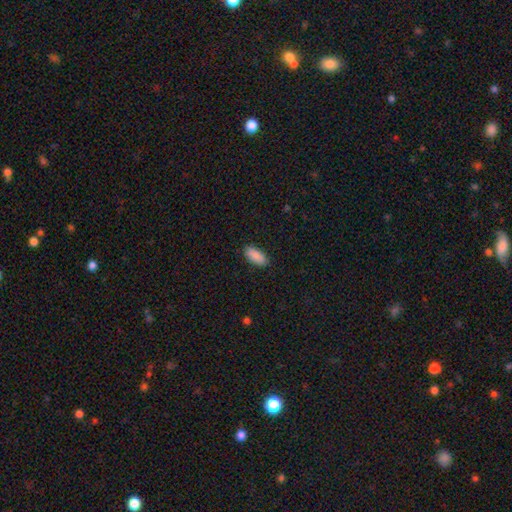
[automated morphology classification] Overall: smooth (89%). How rounded: in between (88%). Merging: none (89%).